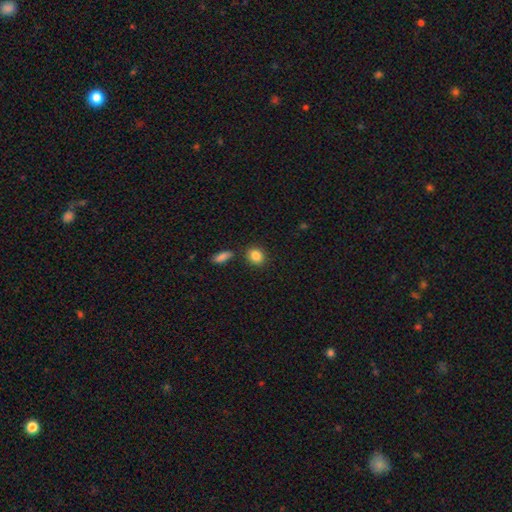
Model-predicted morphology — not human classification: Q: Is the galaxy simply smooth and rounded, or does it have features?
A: smooth — 86%.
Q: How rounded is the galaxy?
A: round — 62%.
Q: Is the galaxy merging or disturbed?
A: none — 82%.